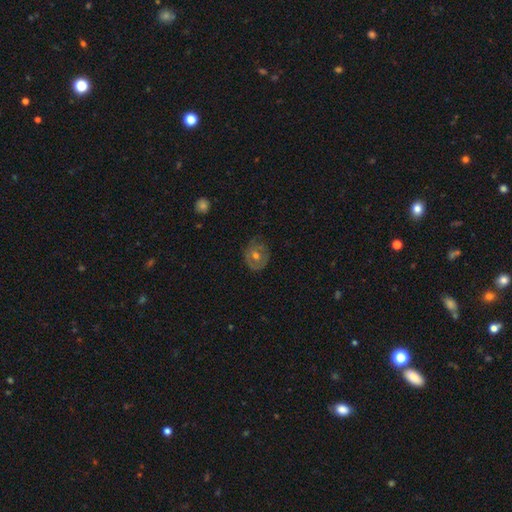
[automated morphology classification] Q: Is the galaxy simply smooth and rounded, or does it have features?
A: featured or disk — 51%.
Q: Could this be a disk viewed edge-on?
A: no — 95%.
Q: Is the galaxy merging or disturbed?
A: none — 77%.